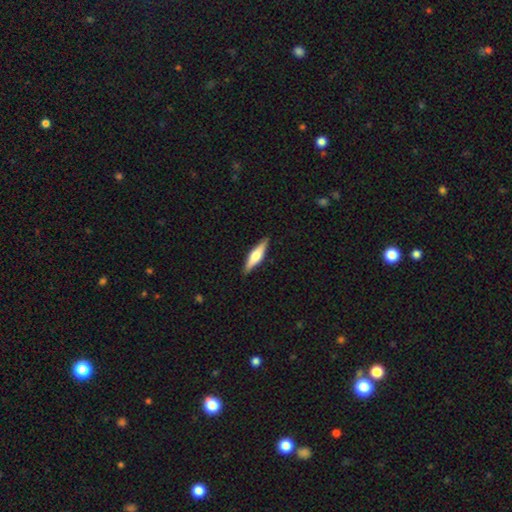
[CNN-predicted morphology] Smooth or featured? featured or disk (51%)
Edge-on disk? yes (95%)
Merging? none (89%)